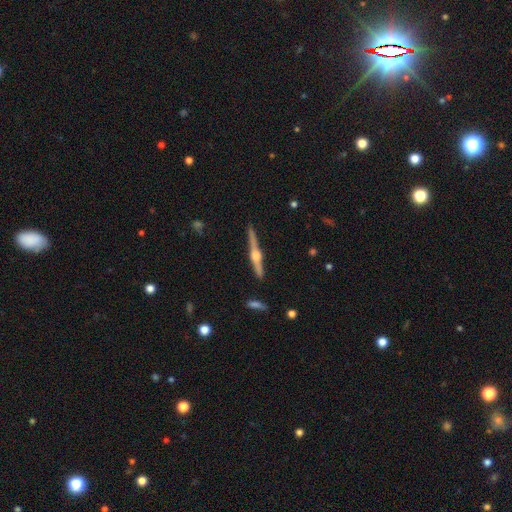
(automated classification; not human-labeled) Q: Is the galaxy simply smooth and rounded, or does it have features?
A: featured or disk — 84%.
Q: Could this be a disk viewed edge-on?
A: yes — 98%.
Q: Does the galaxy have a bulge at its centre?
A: rounded — 91%.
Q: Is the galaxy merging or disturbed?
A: none — 89%.